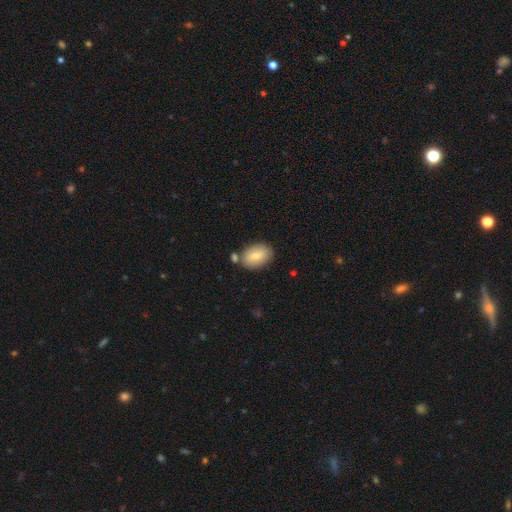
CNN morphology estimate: Overall: smooth (79%). How rounded: in between (88%). Merging: none (72%).